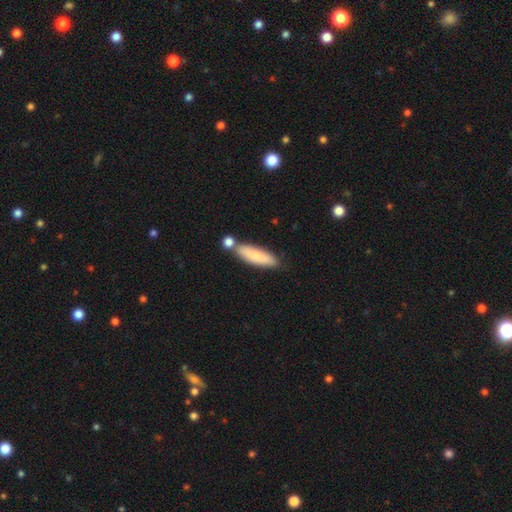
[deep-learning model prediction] Smooth or featured? Predicted: smooth (p=0.78). How rounded? Predicted: cigar-shaped (p=0.56). Merging? Predicted: none (p=0.64).